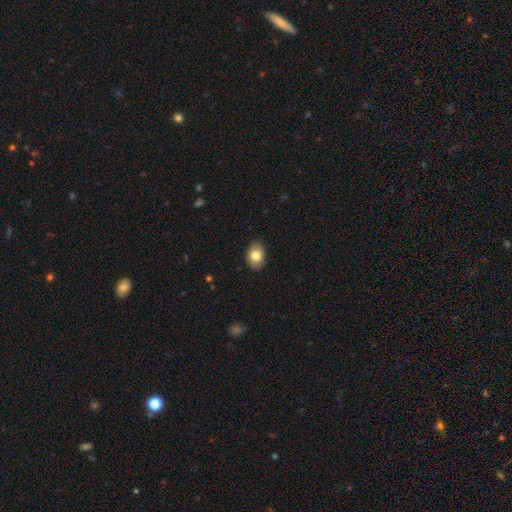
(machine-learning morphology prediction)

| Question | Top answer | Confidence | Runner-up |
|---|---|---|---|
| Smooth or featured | smooth | 82% | featured or disk (10%) |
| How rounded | in between | 77% | round (22%) |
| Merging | none | 87% | minor disturbance (10%) |